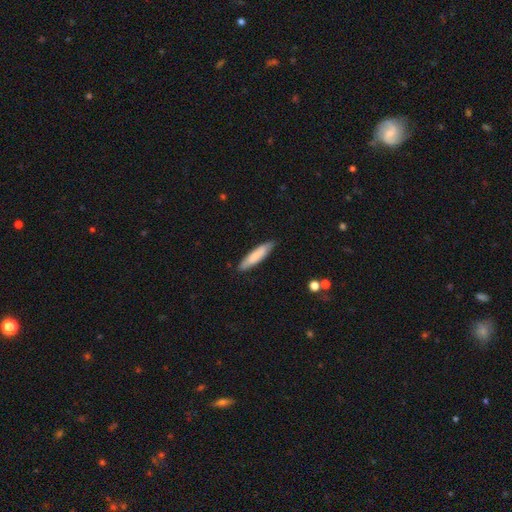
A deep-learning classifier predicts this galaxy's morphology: smooth 81%, featured or disk 14%, star or artifact 5%. Down the decision tree: how rounded — cigar-shaped (78%); merging — none (87%).